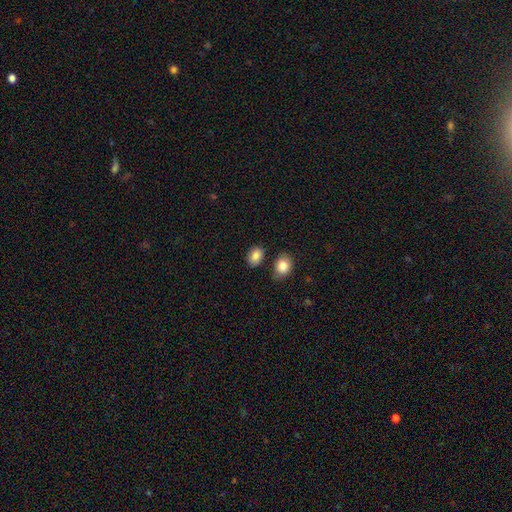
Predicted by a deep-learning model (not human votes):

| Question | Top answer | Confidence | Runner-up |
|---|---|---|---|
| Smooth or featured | smooth | 86% | star or artifact (8%) |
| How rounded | in between | 77% | round (22%) |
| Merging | none | 76% | minor disturbance (12%) |